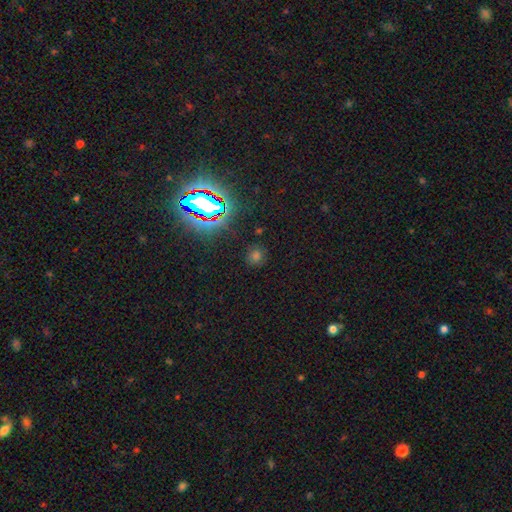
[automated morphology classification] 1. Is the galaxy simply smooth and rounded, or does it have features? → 46% smooth (tied), 46% star or artifact (tied), 8% featured or disk.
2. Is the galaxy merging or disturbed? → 85% none, 9% minor disturbance, 4% major disturbance, 3% merger.